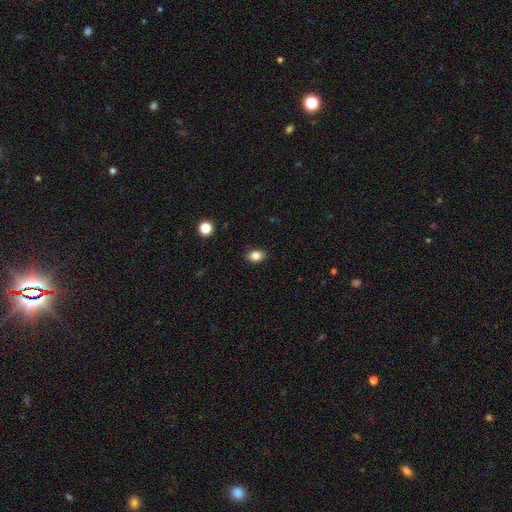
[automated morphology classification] Overall: smooth (84%). How rounded: in between (74%). Merging: none (88%).